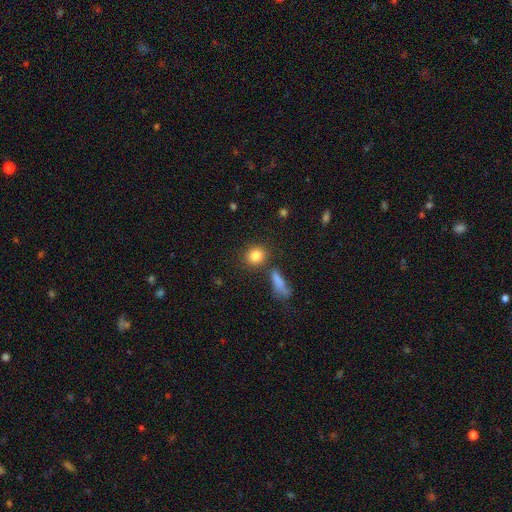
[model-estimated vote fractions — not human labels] smooth_or_featured: smooth (p=0.83) [alt: star or artifact p=0.10]
how_rounded: round (p=0.75) [alt: in between p=0.23]
merging: none (p=0.77) [alt: minor disturbance p=0.10]